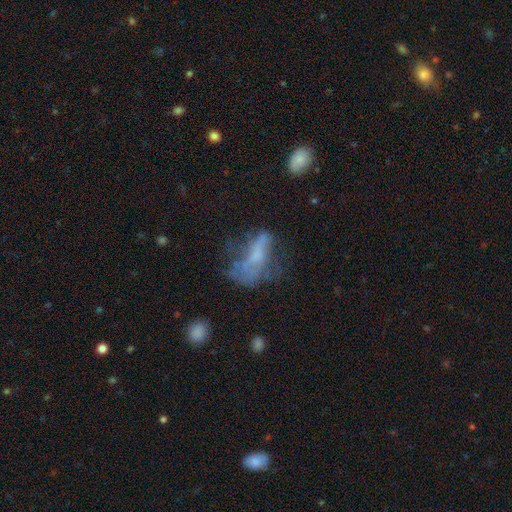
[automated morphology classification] smooth_or_featured: featured or disk (p=0.46) [alt: smooth p=0.38]
merging: major disturbance (p=0.40) [alt: none p=0.31]